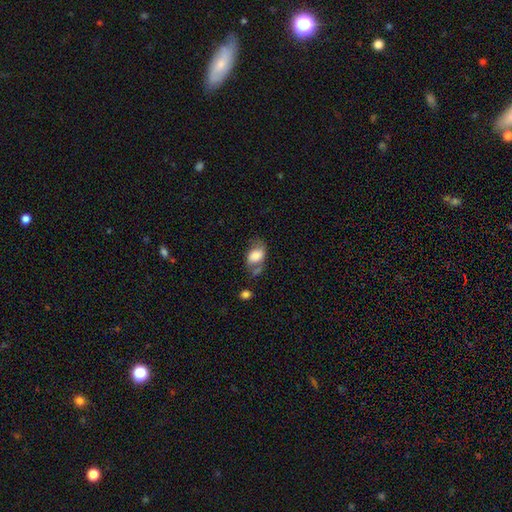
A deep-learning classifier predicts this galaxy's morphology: A smooth galaxy with no disk features (65%) that is in between round and cigar-shaped (85%).

Vote fractions:
- Smooth or featured? smooth: 65% / featured or disk: 27% / star or artifact: 8%
- How rounded? in between: 85% / round: 14% / cigar-shaped: 2%
- Merging? none: 40% / minor disturbance: 27% / major disturbance: 18% / merger: 14%